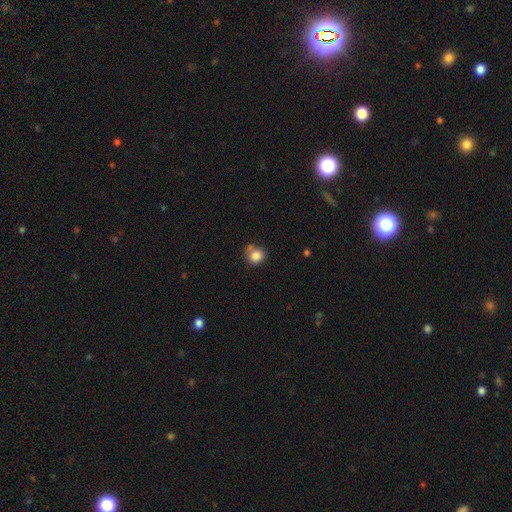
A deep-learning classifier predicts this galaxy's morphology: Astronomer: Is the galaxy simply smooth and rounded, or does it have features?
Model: smooth — 84%.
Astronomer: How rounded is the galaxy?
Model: round — 78%.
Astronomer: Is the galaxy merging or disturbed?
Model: none — 57%.